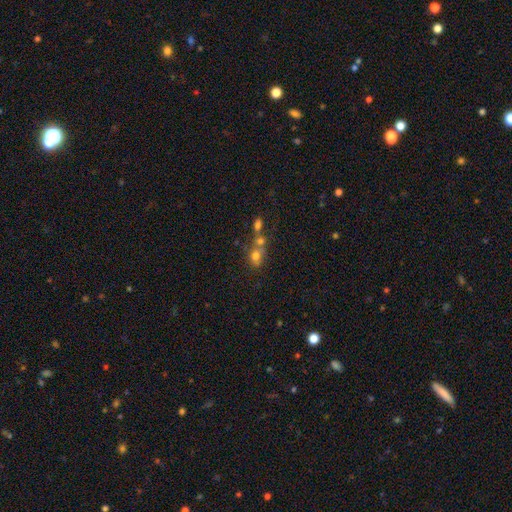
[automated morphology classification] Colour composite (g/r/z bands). It shows a smooth galaxy with no disk features (69%) that is round (53%). Merging: merger (54%).